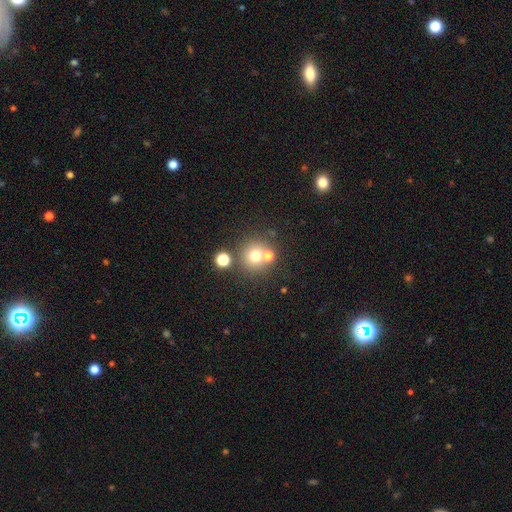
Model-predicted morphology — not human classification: Smooth or featured? Predicted: smooth (p=0.68). How rounded? Predicted: round (p=0.92). Merging? Predicted: none (p=0.66).